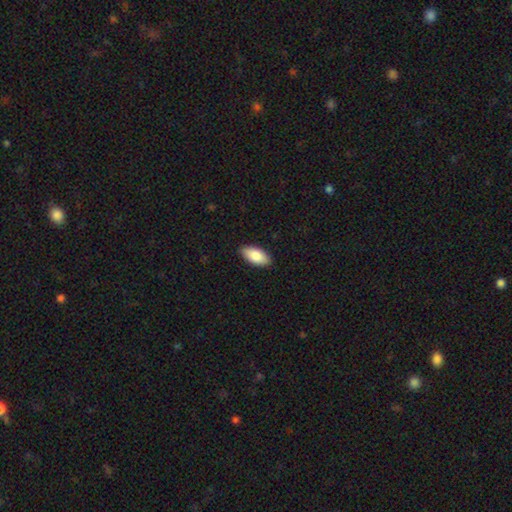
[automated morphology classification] A smooth galaxy with no disk features (85%) that is in between round and cigar-shaped (92%). Merging: none (88%).